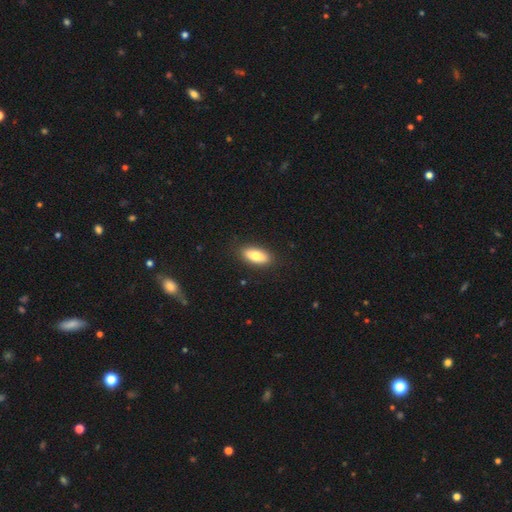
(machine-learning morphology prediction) Q: Smooth or featured?
A: smooth (79%); runner-up: featured or disk (15%)
Q: How rounded?
A: in between (81%); runner-up: cigar-shaped (16%)
Q: Merging?
A: none (87%); runner-up: minor disturbance (10%)